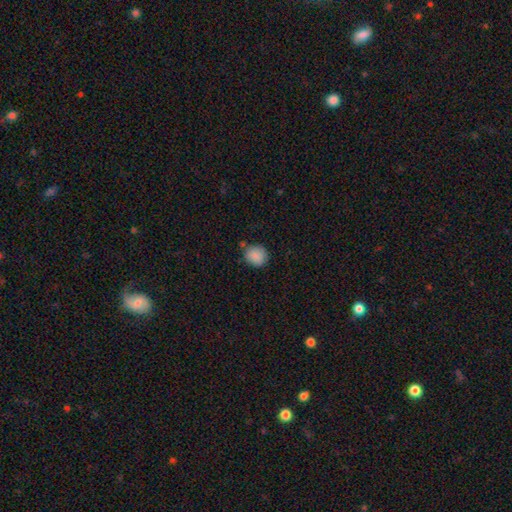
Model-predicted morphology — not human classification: A smooth galaxy with no disk features (88%) that is round (82%).

Vote fractions:
- Smooth or featured? smooth: 88% / star or artifact: 8% / featured or disk: 4%
- How rounded? round: 82% / in between: 17% / cigar-shaped: 1%
- Merging? none: 75% / minor disturbance: 15% / merger: 6% / major disturbance: 3%